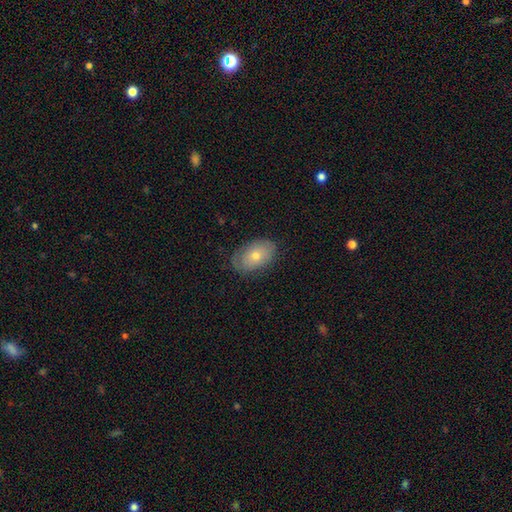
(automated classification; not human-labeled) smooth 61%, featured or disk 32%, star or artifact 8%. Down the decision tree: how rounded — in between (89%); merging — none (77%).